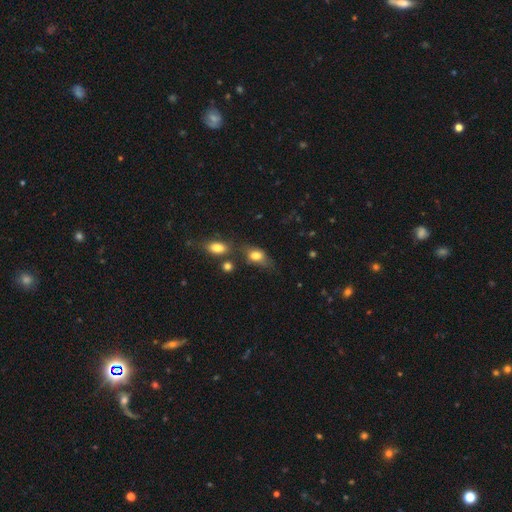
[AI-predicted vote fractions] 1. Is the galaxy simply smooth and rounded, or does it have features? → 78% smooth, 13% featured or disk, 9% star or artifact.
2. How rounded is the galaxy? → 80% in between, 16% round, 4% cigar-shaped.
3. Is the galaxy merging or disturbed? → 46% none, 27% minor disturbance, 15% merger, 13% major disturbance.